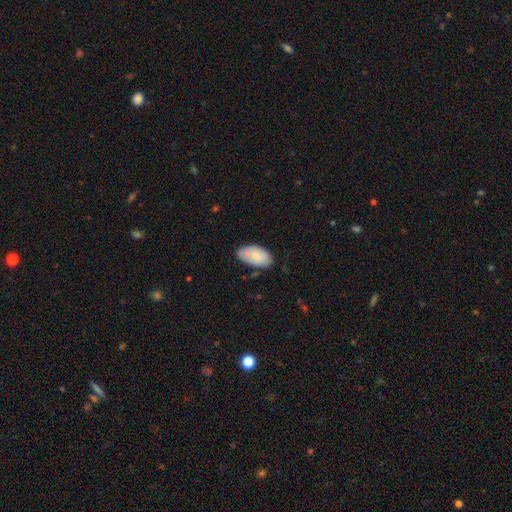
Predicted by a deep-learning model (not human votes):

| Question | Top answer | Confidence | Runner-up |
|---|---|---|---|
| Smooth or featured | smooth | 79% | featured or disk (15%) |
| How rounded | in between | 95% | round (3%) |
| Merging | none | 73% | minor disturbance (21%) |